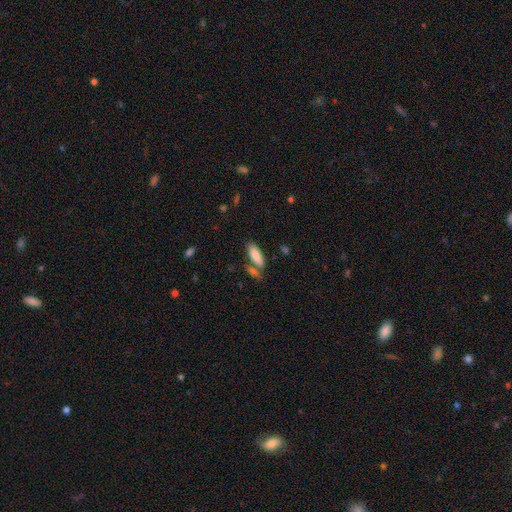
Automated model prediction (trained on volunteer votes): smooth-or-featured: smooth: 85% | featured or disk: 9% | star or artifact: 6%
  how-rounded: in between: 64% | cigar-shaped: 35% | round: 2%
  merging: none: 63% | merger: 20% | minor disturbance: 13% | major disturbance: 4%